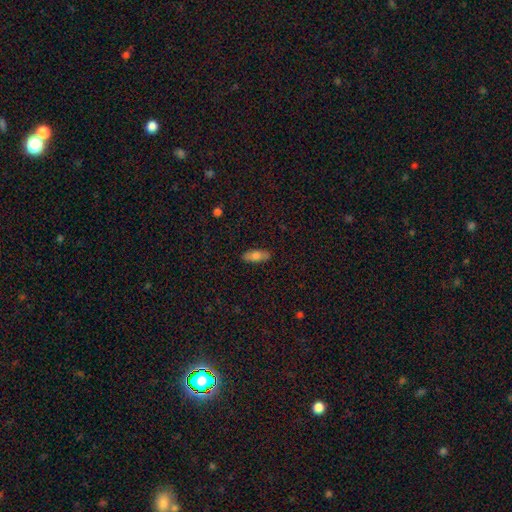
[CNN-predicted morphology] smooth_or_featured: smooth (p=0.75) [alt: featured or disk p=0.18]
how_rounded: in between (p=0.75) [alt: cigar-shaped p=0.23]
merging: none (p=0.87) [alt: minor disturbance p=0.09]